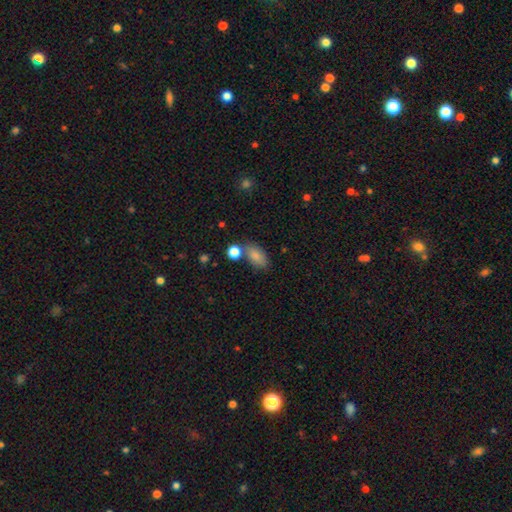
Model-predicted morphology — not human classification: smooth_or_featured: smooth (p=0.84) [alt: star or artifact p=0.09]
how_rounded: in between (p=0.88) [alt: round p=0.08]
merging: none (p=0.62) [alt: minor disturbance p=0.17]